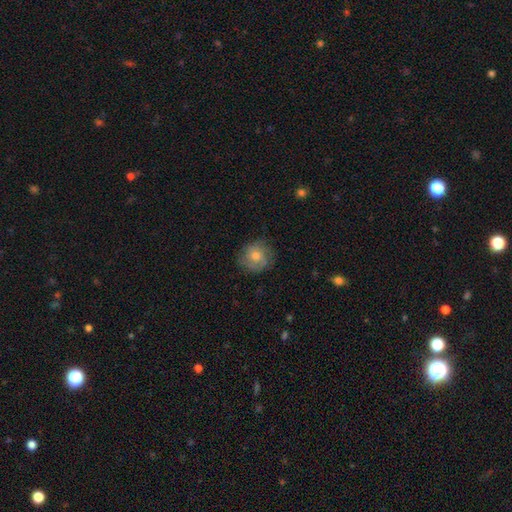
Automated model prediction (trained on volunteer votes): Smooth or featured? Predicted: smooth (p=0.53). How rounded? Predicted: round (p=0.88). Merging? Predicted: none (p=0.79).